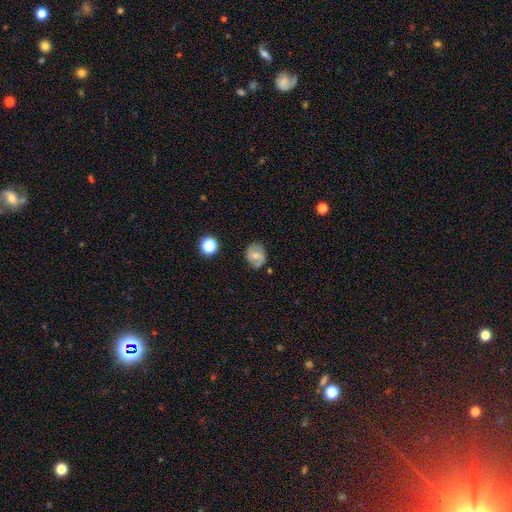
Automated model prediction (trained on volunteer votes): The model was most divided on "smooth or featured": featured or disk: 50%, smooth: 41%, star or artifact: 9%. More confident: edge-on disk — no (97%); merging — none (76%).